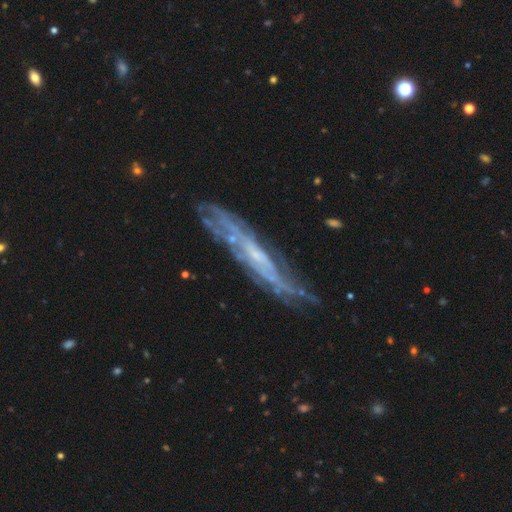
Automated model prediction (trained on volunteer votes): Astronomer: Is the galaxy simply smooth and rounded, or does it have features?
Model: featured or disk — 76%.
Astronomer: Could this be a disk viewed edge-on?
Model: yes — 55% (runner-up: no, 45%).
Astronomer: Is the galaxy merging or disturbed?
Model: none — 67%.